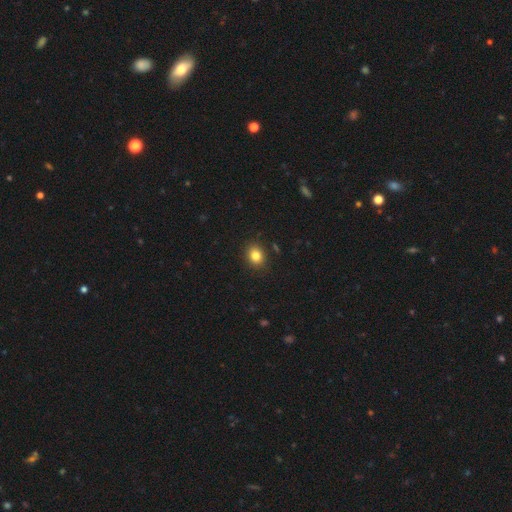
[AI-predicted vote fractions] This is clearly a smooth galaxy (83%). How rounded: possibly round (57%). Merging: clearly none (89%).